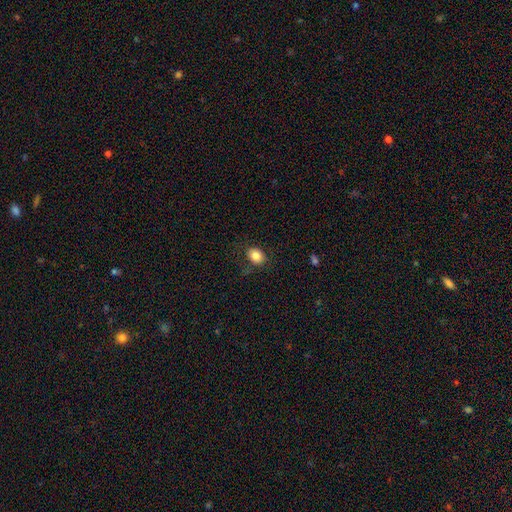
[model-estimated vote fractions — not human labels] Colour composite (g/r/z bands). It shows a smooth galaxy with no disk features (83%) that is in between round and cigar-shaped (59%). Merging: none (78%).